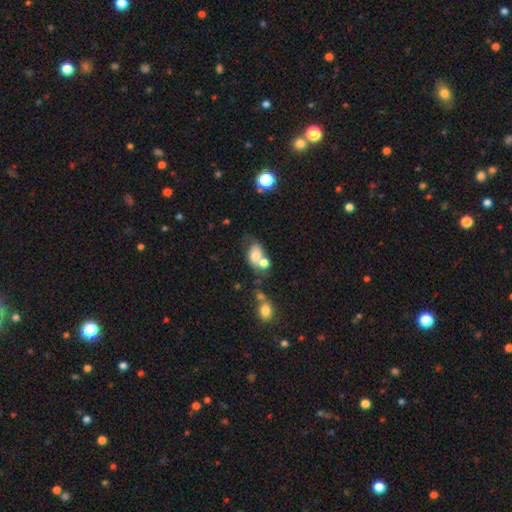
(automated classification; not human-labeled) A smooth galaxy with no disk features (58%) that is in between round and cigar-shaped (67%). Merging: merger (53%).